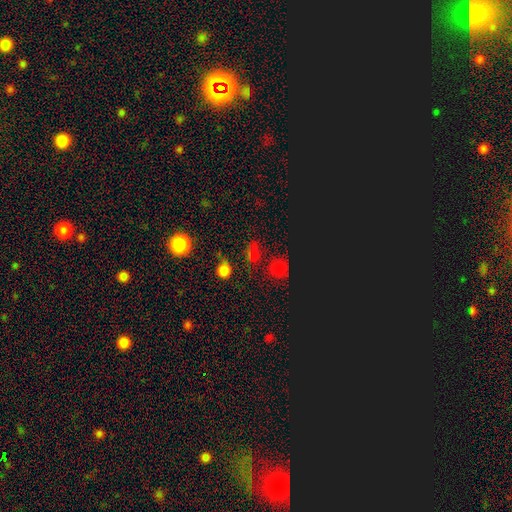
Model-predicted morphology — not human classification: type=smooth (46%, tied with star or artifact); merging=none (63%).